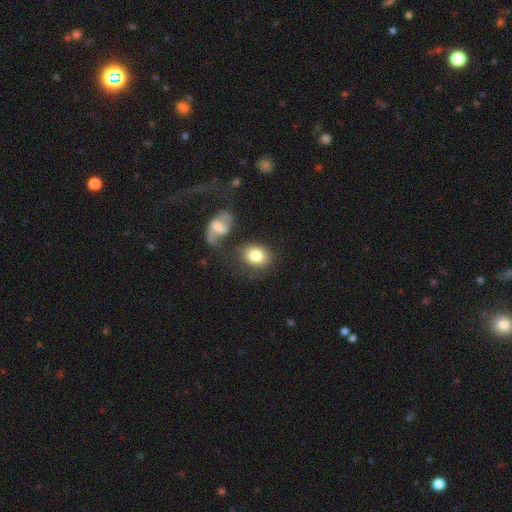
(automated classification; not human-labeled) The model was most divided on "how rounded": round: 50%, in between: 49%, cigar-shaped: 1%. More confident: smooth or featured — smooth (80%); merging — none (60%).